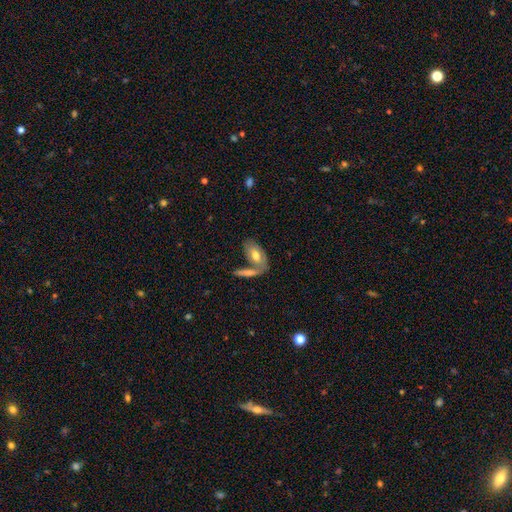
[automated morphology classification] A smooth galaxy with no disk features (62%) that is in between round and cigar-shaped (87%). Merging: none (42%).